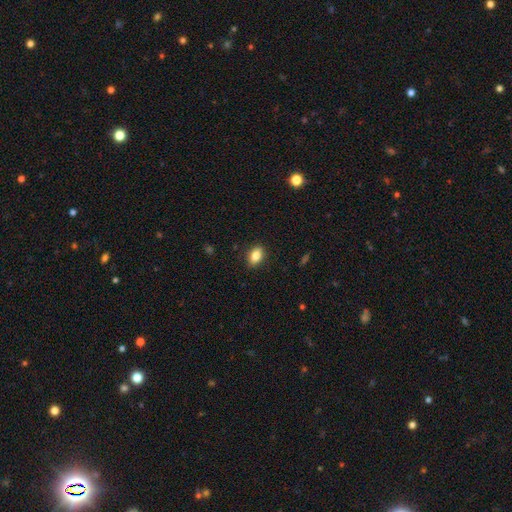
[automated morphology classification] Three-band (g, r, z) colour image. It shows a smooth galaxy with no disk features (83%) that is in between round and cigar-shaped (83%). Merging: none (89%).